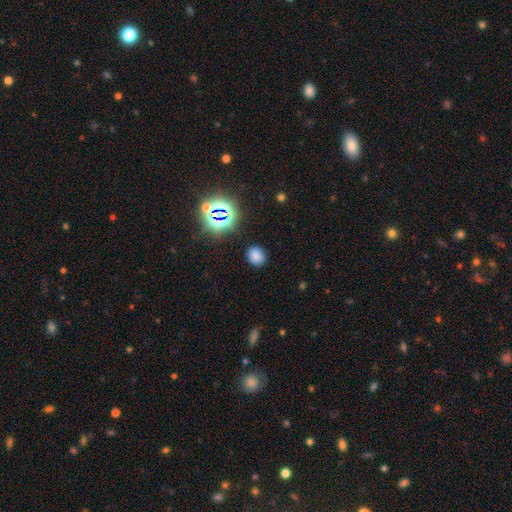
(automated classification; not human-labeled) A smooth galaxy with no disk features (75%) that is round (56%).

Vote fractions:
- Smooth or featured? smooth: 75% / star or artifact: 20% / featured or disk: 5%
- How rounded? round: 56% / in between: 43% / cigar-shaped: 1%
- Merging? none: 86% / minor disturbance: 10% / major disturbance: 3% / merger: 2%